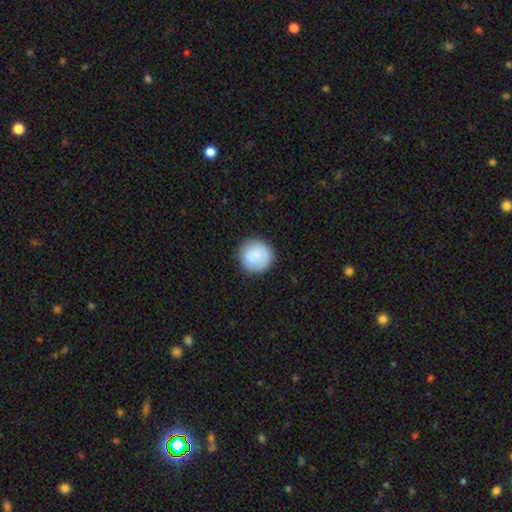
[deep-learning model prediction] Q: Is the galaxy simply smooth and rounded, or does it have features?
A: smooth — 83%.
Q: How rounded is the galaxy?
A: round — 93%.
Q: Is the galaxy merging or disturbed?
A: none — 84%.